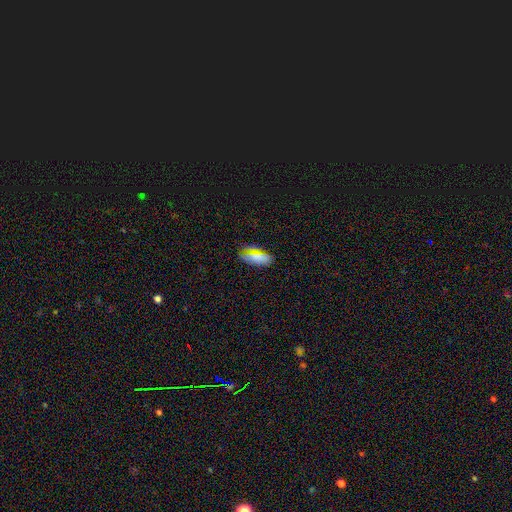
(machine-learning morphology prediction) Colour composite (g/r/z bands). It shows a smooth galaxy with no disk features (69%) that is in between round and cigar-shaped (79%). Merging: none (76%).